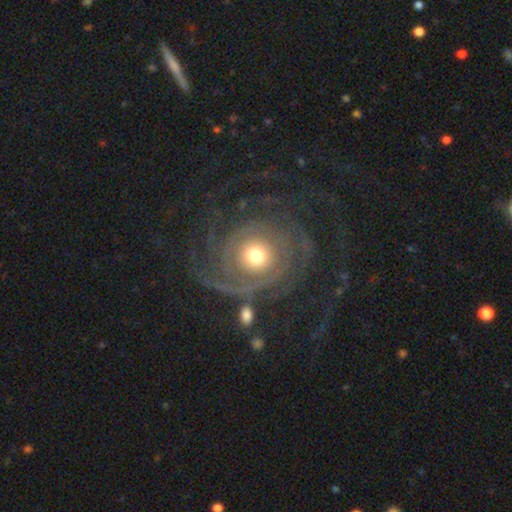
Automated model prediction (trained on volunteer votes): Smooth or featured? Predicted: featured or disk (p=0.76). Edge-on disk? Predicted: no (p=0.96). Bar? Predicted: no (p=0.85). Spiral arms? Predicted: yes (p=0.82). Spiral winding? Predicted: tight (p=0.60). Spiral arm count? Predicted: can't tell (p=0.32). Bulge size? Predicted: moderate (p=0.60). Merging? Predicted: none (p=0.64).